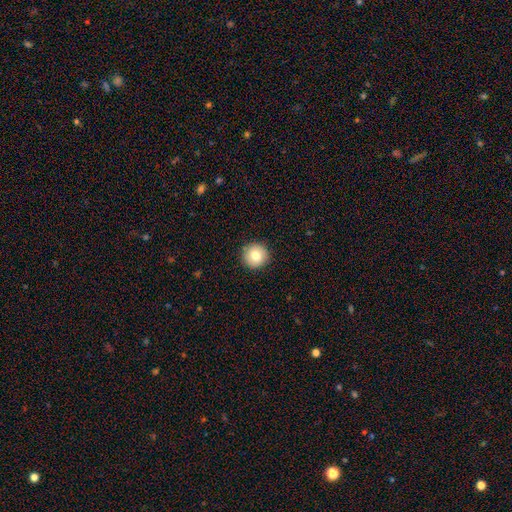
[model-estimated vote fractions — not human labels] Q: Smooth or featured?
A: smooth (79%); runner-up: featured or disk (12%)
Q: How rounded?
A: round (95%); runner-up: in between (4%)
Q: Merging?
A: none (91%); runner-up: minor disturbance (6%)